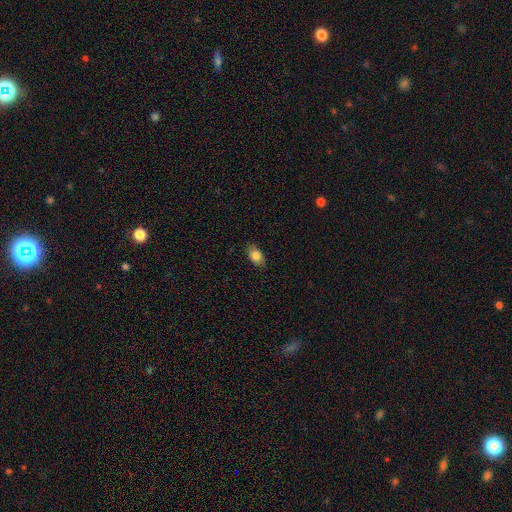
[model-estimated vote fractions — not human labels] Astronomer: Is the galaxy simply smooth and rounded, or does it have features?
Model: smooth — 85%.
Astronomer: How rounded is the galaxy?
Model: in between — 86%.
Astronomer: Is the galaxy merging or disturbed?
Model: none — 85%.